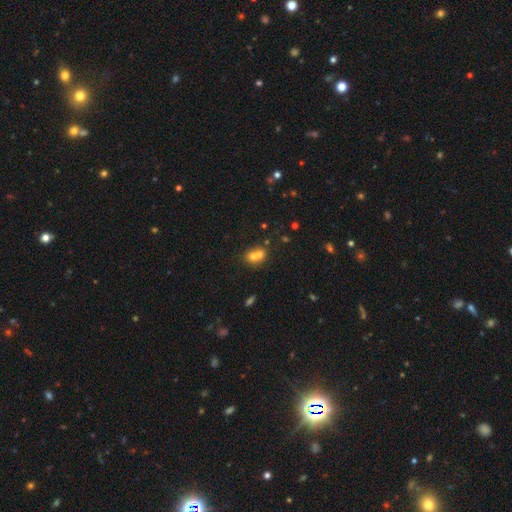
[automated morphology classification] A smooth galaxy with no disk features (64%) that is round (63%). Merging: merger (66%).